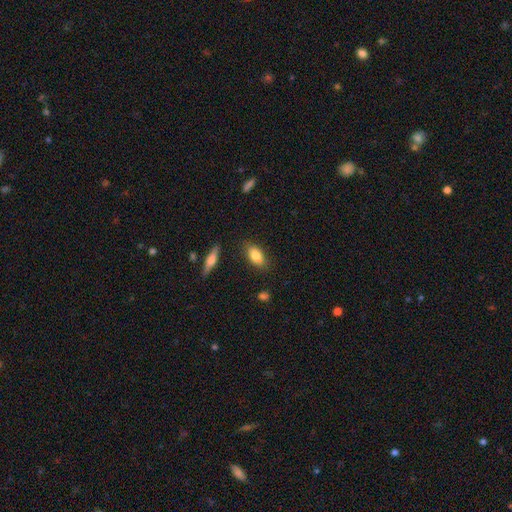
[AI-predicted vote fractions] A smooth galaxy with no disk features (80%) that is in between round and cigar-shaped (86%).

Vote fractions:
- Smooth or featured? smooth: 80% / featured or disk: 13% / star or artifact: 7%
- How rounded? in between: 86% / cigar-shaped: 10% / round: 4%
- Merging? none: 81% / minor disturbance: 13% / major disturbance: 3% / merger: 3%